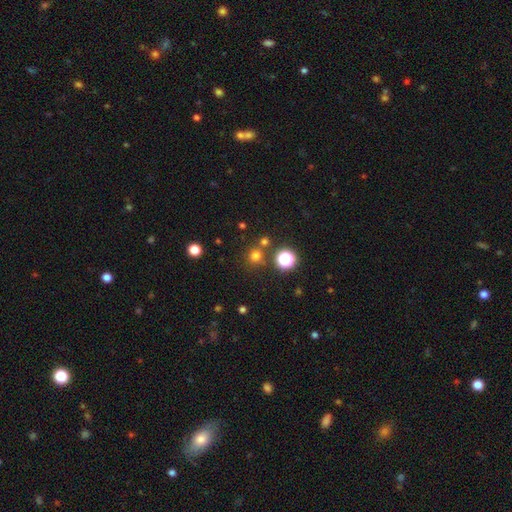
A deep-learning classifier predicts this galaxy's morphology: Q: Smooth or featured?
A: smooth (72%); runner-up: star or artifact (23%)
Q: How rounded?
A: round (92%); runner-up: in between (7%)
Q: Merging?
A: none (78%); runner-up: merger (11%)